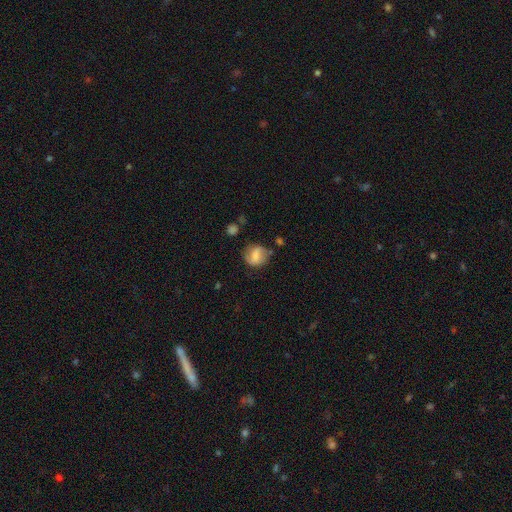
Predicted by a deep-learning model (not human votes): Smooth or featured: smooth — 56% (featured or disk — 35%)
How rounded: round — 72% (in between — 27%)
Merging: none — 66% (minor disturbance — 21%)